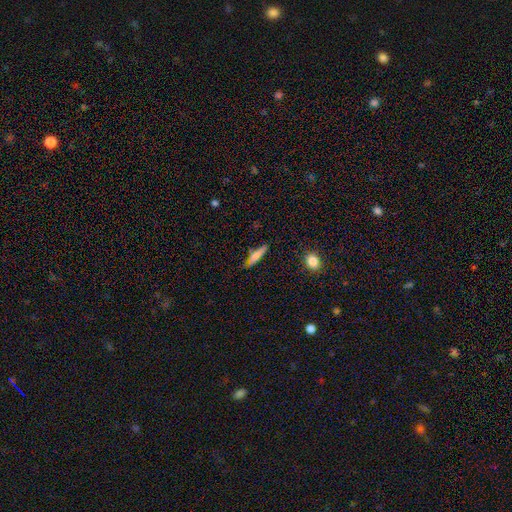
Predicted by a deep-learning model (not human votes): A smooth galaxy with no disk features (68%) that is cigar-shaped (84%).

Vote fractions:
- Smooth or featured? smooth: 68% / featured or disk: 25% / star or artifact: 7%
- How rounded? cigar-shaped: 84% / in between: 14% / round: 2%
- Merging? none: 80% / minor disturbance: 15% / major disturbance: 3% / merger: 3%